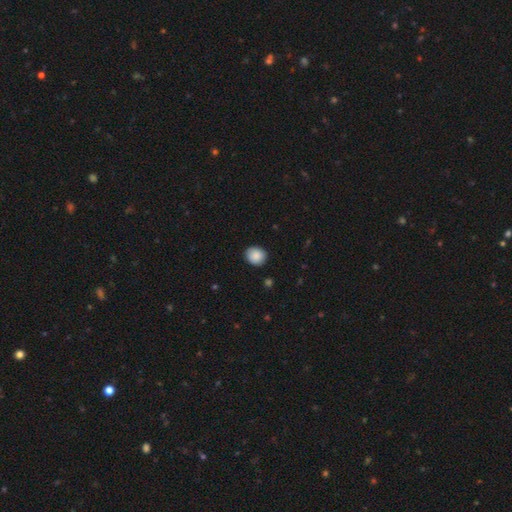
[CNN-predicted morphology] This is clearly a smooth galaxy (88%). How rounded: likely round (76%). Merging: clearly none (89%).